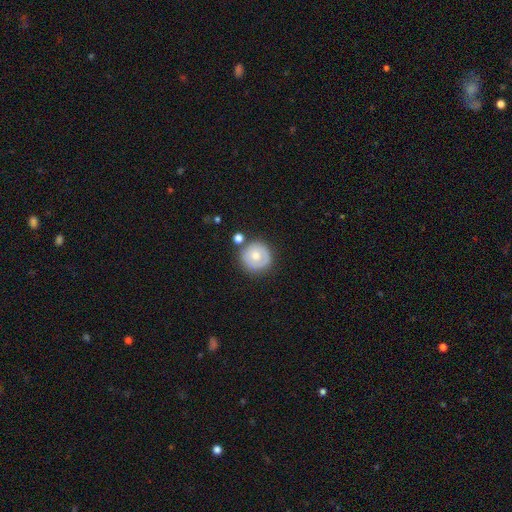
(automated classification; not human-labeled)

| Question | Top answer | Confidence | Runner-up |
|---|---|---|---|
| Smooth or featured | smooth | 56% | featured or disk (37%) |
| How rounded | round | 94% | in between (5%) |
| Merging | none | 73% | minor disturbance (14%) |